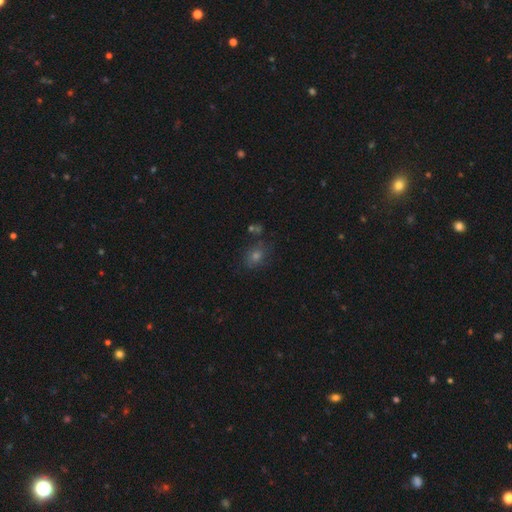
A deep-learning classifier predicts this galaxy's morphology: Smooth or featured? smooth (57%)
How rounded? round (51%)
Merging? none (76%)